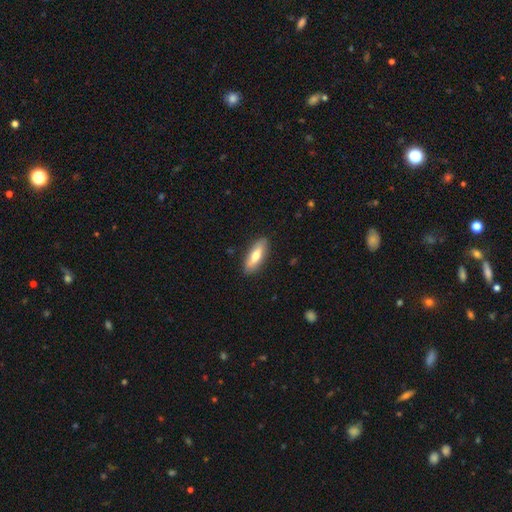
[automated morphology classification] Smooth or featured?
  - smooth: 67% *
  - featured or disk: 27%
  - star or artifact: 6%
How rounded?
  - in between: 60% *
  - cigar-shaped: 38%
  - round: 2%
Merging?
  - none: 87% *
  - minor disturbance: 10%
  - major disturbance: 2%
  - merger: 1%